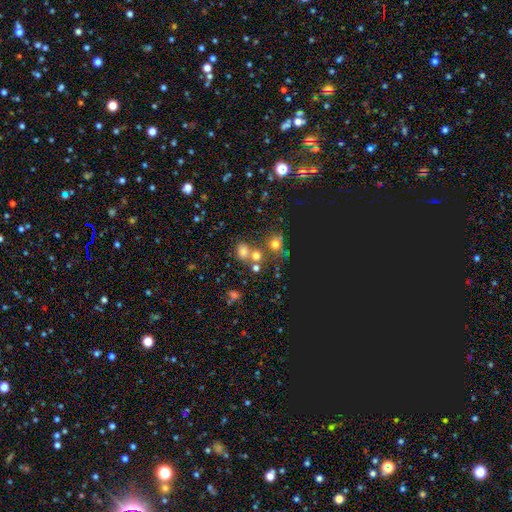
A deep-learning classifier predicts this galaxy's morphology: Smooth or featured: smooth — 63% (star or artifact — 26%)
How rounded: round — 79% (in between — 19%)
Merging: none — 56% (merger — 29%)